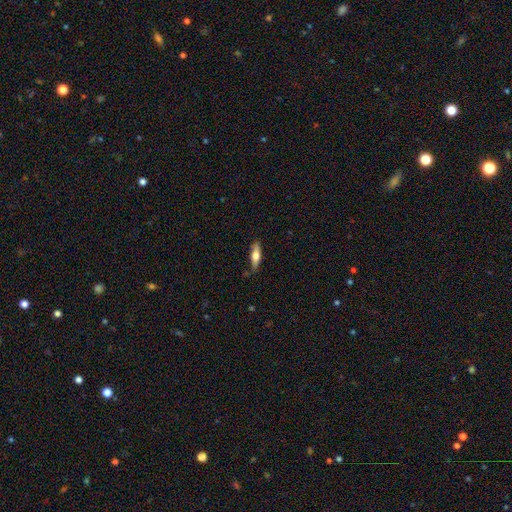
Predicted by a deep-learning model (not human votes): Smooth or featured?
  - smooth: 57% *
  - featured or disk: 38%
  - star or artifact: 6%
How rounded?
  - cigar-shaped: 55% *
  - in between: 42%
  - round: 2%
Merging?
  - none: 76% *
  - minor disturbance: 19%
  - major disturbance: 4%
  - merger: 2%